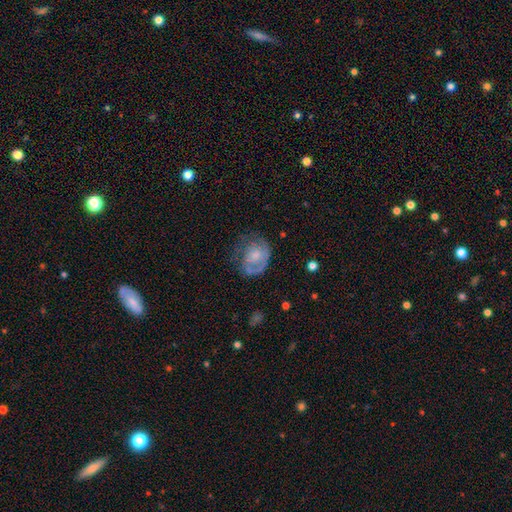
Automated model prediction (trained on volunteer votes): A featured or disk galaxy (55%) with no bar (78%), spiral arms (64%) and a small central bulge (40%).

Vote fractions:
- Smooth or featured? featured or disk: 55% / smooth: 38% / star or artifact: 7%
- Edge-on disk? no: 97% / yes: 3%
- Bar? no: 78% / weak: 19% / strong: 3%
- Spiral arms? yes: 64% / no: 36%
- Bulge size? small: 40% / moderate: 33% / none: 18% / large: 7% / dominant: 2%
- Merging? none: 44% / major disturbance: 27% / minor disturbance: 26% / merger: 2%